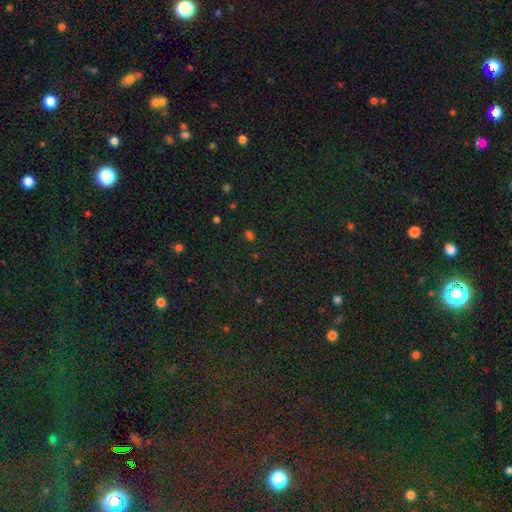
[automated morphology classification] This appears to be a star or artifact, not a galaxy (81%).